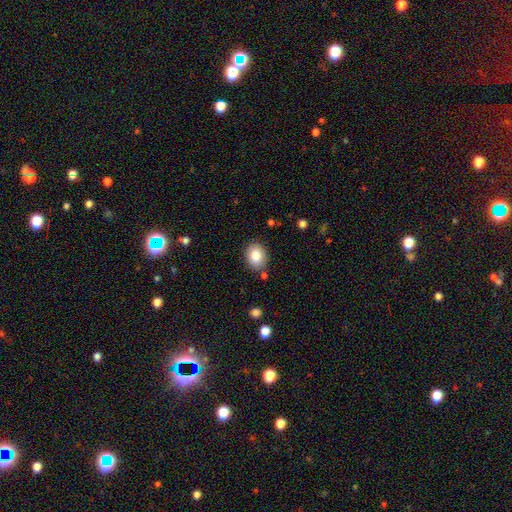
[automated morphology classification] Overall: smooth (86%). How rounded: in between (59%; round 40%). Merging: none (82%).